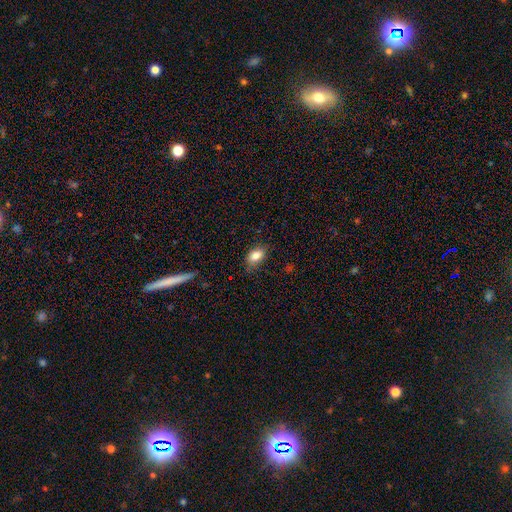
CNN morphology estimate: Smooth or featured? smooth (84%)
How rounded? in between (88%)
Merging? none (77%)